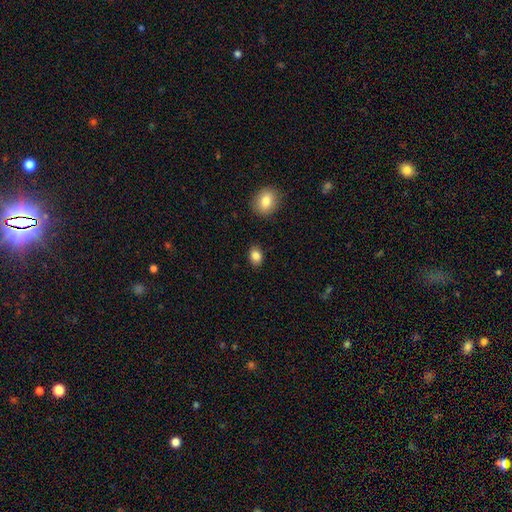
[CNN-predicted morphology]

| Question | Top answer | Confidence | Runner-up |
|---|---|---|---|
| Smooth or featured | smooth | 85% | star or artifact (10%) |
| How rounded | in between | 66% | round (33%) |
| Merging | none | 87% | minor disturbance (9%) |